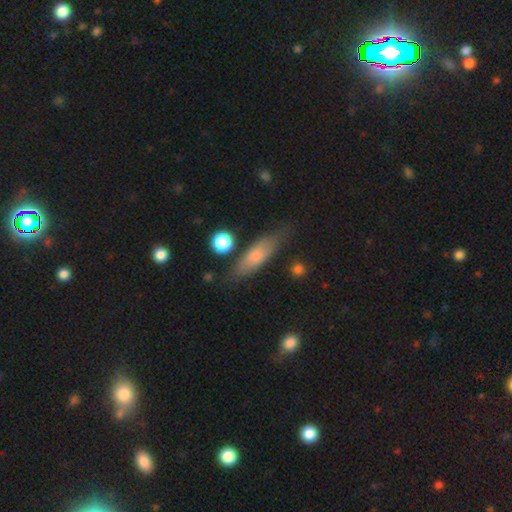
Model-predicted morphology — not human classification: Smooth or featured: smooth — 68% (featured or disk — 25%)
How rounded: cigar-shaped — 52% (in between — 45%)
Merging: none — 71% (minor disturbance — 20%)